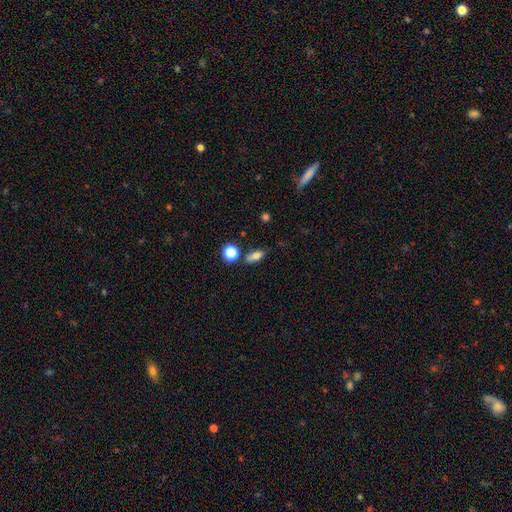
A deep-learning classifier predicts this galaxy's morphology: Smooth or featured: smooth — 76% (featured or disk — 13%)
How rounded: in between — 69% (cigar-shaped — 20%)
Merging: none — 73% (minor disturbance — 15%)